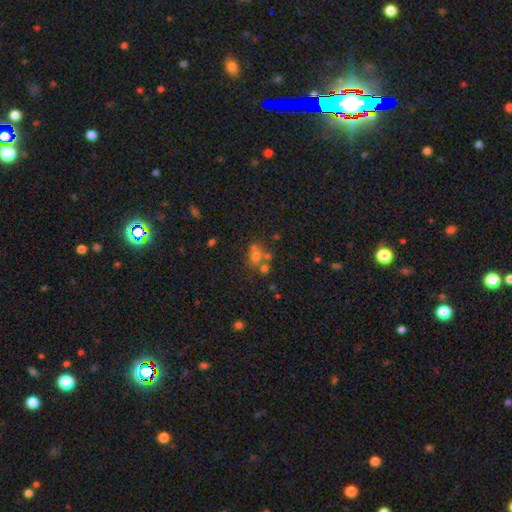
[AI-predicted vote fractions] smooth 53%, star or artifact 25%, featured or disk 22%. Down the decision tree: how rounded — round (71%); merging — none (43%).